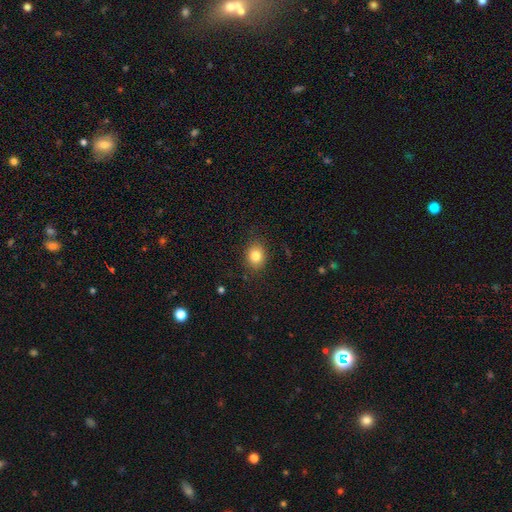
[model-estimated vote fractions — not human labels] smooth 82%, star or artifact 11%, featured or disk 7%. Down the decision tree: how rounded — round (56%); merging — none (86%).